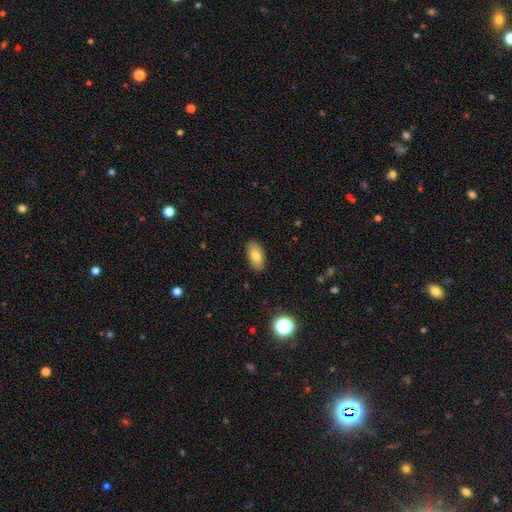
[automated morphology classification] Smooth or featured? smooth (78%)
How rounded? in between (92%)
Merging? none (88%)